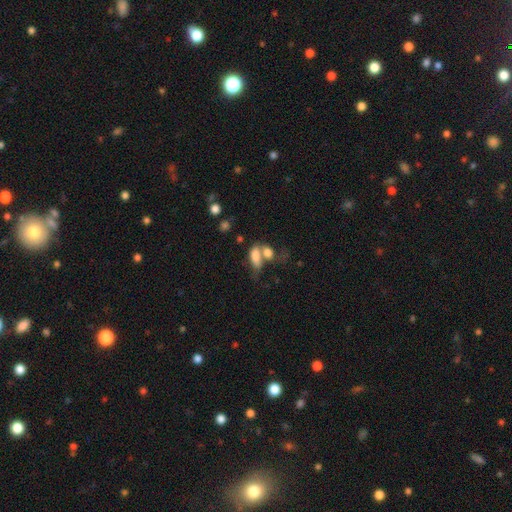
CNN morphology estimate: smooth_or_featured: smooth (p=0.75) [alt: featured or disk p=0.15]
how_rounded: in between (p=0.84) [alt: round p=0.08]
merging: merger (p=0.58) [alt: none p=0.20]